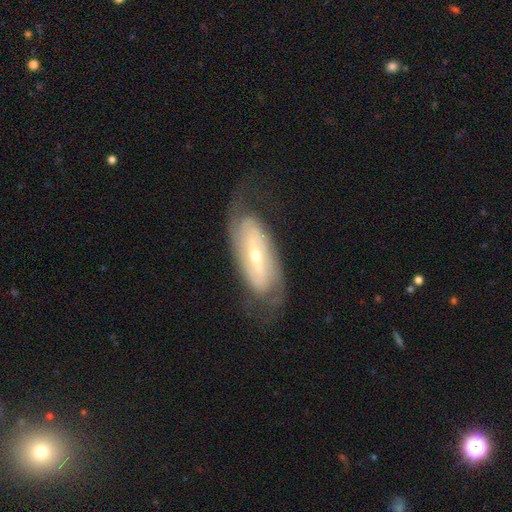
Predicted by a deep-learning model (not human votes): Smooth or featured? Predicted: featured or disk (p=0.77). Edge-on disk? Predicted: no (p=0.87). Bar? Predicted: no (p=0.36). Spiral arms? Predicted: yes (p=0.84). Spiral winding? Predicted: tight (p=0.43). Spiral arm count? Predicted: 2 (p=0.66). Bulge size? Predicted: small (p=0.54). Merging? Predicted: none (p=0.68).